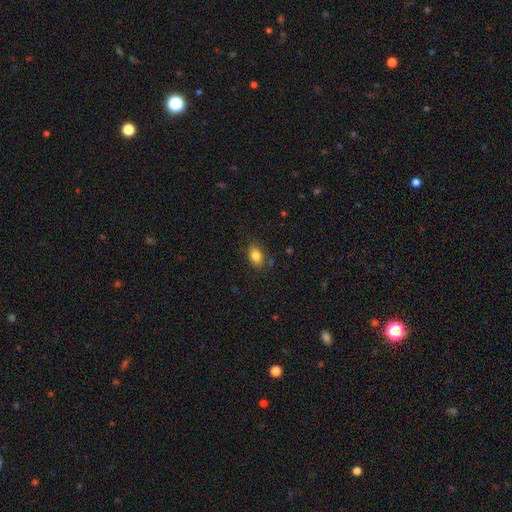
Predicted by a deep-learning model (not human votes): This is clearly a smooth galaxy (84%). How rounded: clearly in between (81%). Merging: clearly none (81%).